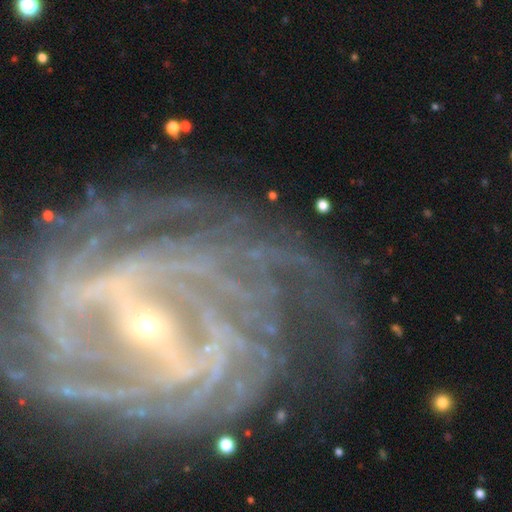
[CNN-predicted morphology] The model was most divided on "spiral arm count" (2-way tie): more than 4: 22%, 4: 22%, can't tell: 20%, 2: 14%, 3: 13%, 1: 9%. More confident: spiral arms — yes (97%); edge-on disk — no (96%); smooth or featured — featured or disk (88%); bulge size — small (84%); merging — none (68%); spiral winding — tight (68%); bar — strong (58%).